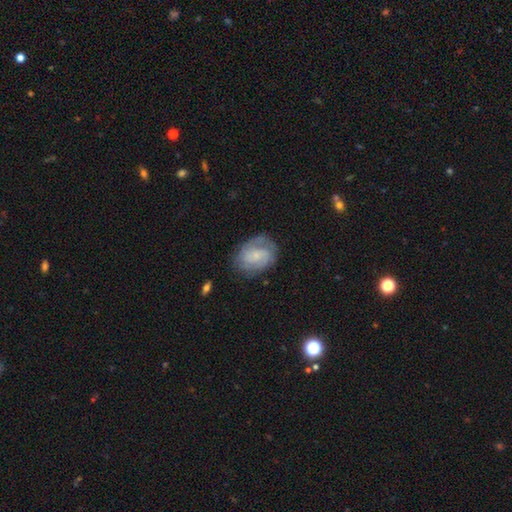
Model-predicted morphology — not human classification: The model was most divided on "spiral winding": tight: 46%, medium: 40%, loose: 14%. More confident: edge-on disk — no (98%); spiral arms — yes (89%); merging — none (71%); smooth or featured — featured or disk (66%); bulge size — small (63%); bar — no (59%); spiral arm count — 2 (50%).